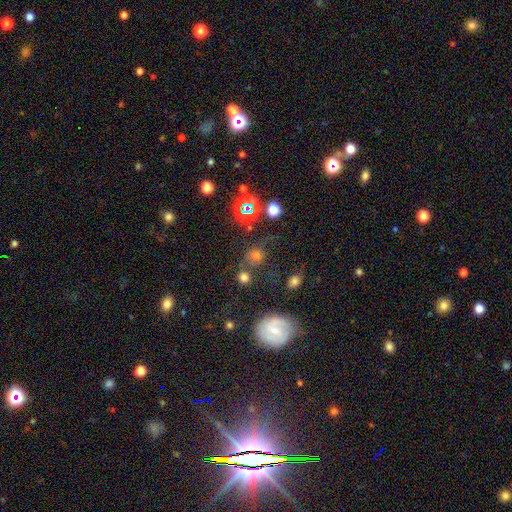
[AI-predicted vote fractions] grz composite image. It shows a smooth galaxy with no disk features (63%) that is round (82%). Merging: none (63%).